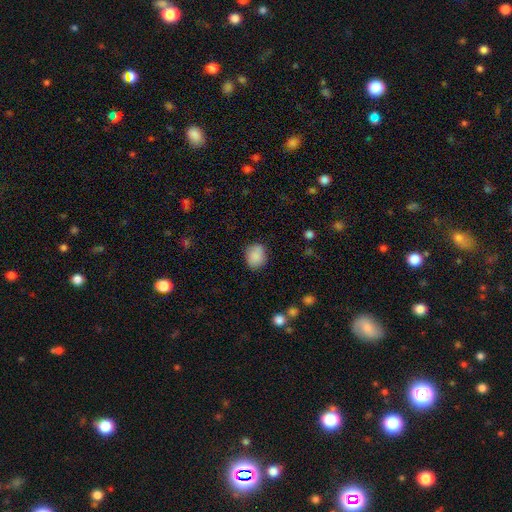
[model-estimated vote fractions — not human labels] This appears to be a smooth galaxy with no disk features (88%) that is round (58%). Merging: none (82%).